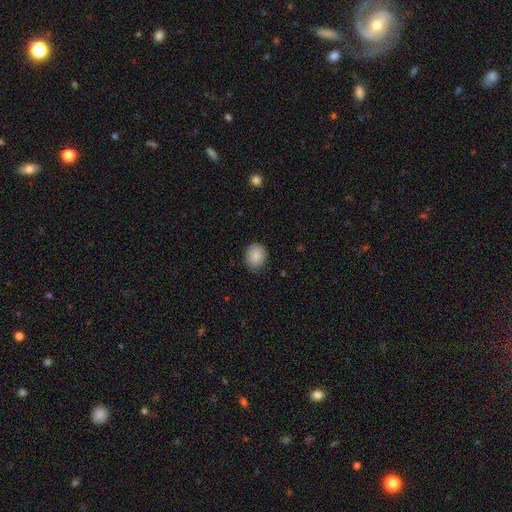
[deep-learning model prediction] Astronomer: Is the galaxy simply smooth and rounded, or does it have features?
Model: smooth — 85%.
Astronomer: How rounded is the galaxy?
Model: round — 74%.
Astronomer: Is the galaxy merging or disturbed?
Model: none — 84%.